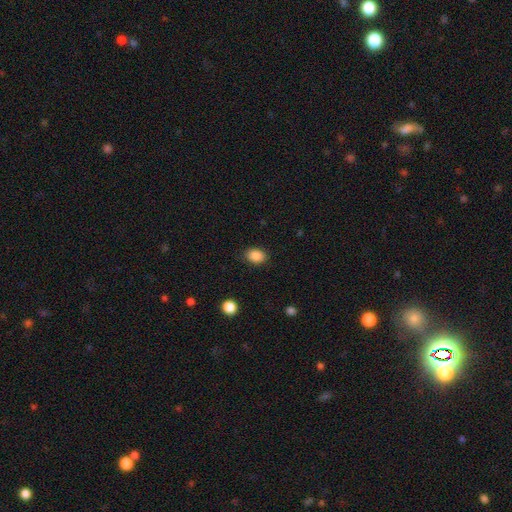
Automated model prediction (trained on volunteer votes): Smooth or featured?
  - smooth: 88% *
  - star or artifact: 9%
  - featured or disk: 4%
How rounded?
  - in between: 70% *
  - round: 29%
  - cigar-shaped: 1%
Merging?
  - none: 87% *
  - minor disturbance: 9%
  - major disturbance: 3%
  - merger: 1%